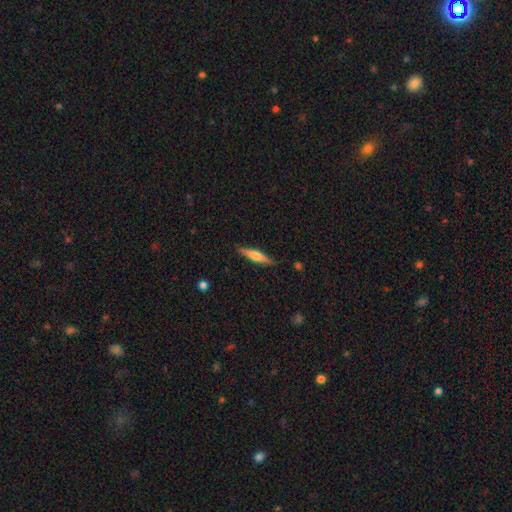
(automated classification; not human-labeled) smooth-or-featured: featured or disk: 54% | smooth: 40% | star or artifact: 6%
  disk-edge-on: yes: 96% | no: 4%
    edge-on-bulge: rounded: 78% | boxy: 15% | none: 7%
  merging: none: 88% | minor disturbance: 9% | major disturbance: 2% | merger: 1%